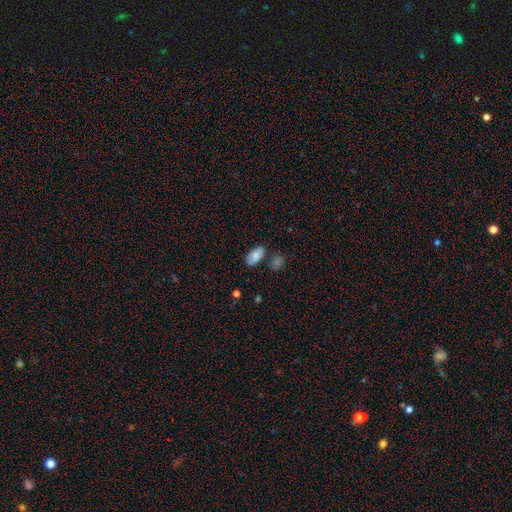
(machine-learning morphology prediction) Smooth or featured? smooth (81%)
How rounded? in between (93%)
Merging? none (69%)